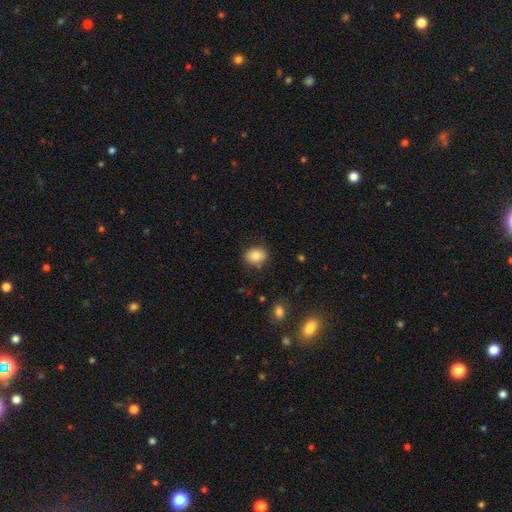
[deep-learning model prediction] smooth-or-featured: smooth: 84% | star or artifact: 9% | featured or disk: 7%
  how-rounded: round: 50% | in between: 49% | cigar-shaped: 1%
  merging: none: 84% | minor disturbance: 12% | major disturbance: 3% | merger: 2%